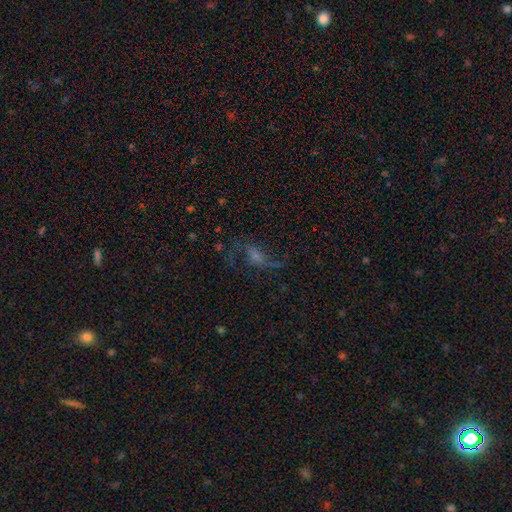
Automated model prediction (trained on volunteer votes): featured or disk 61%, star or artifact 20%, smooth 18%. Down the decision tree: edge-on disk — no (92%); bar — no (48%); spiral arms — yes (83%); bulge size — small (35%); merging — none (57%).